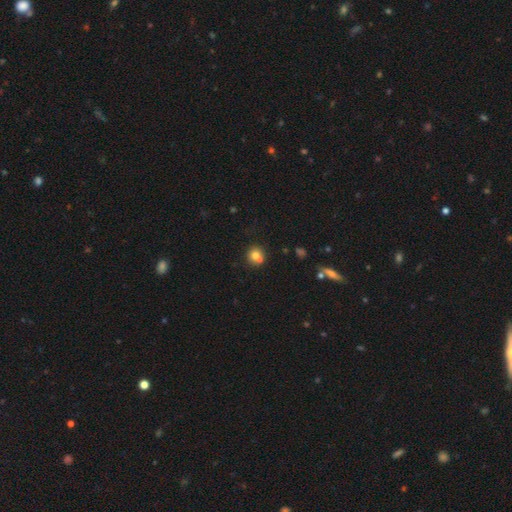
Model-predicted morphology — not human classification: The model was most divided on "merging": none: 55%, merger: 33%, minor disturbance: 9%, major disturbance: 3%. More confident: how rounded — round (87%); smooth or featured — smooth (74%).